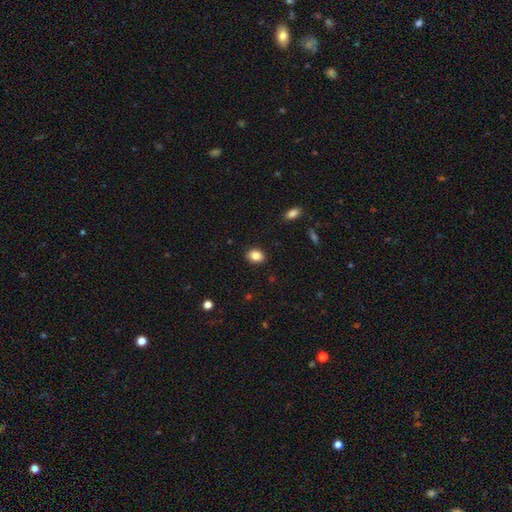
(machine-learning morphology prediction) A smooth galaxy with no disk features (85%) that is in between round and cigar-shaped (58%). Merging: none (89%).